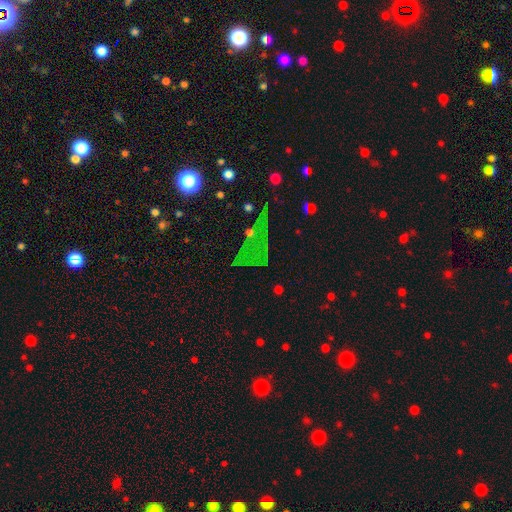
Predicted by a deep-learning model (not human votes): The model was most divided on "smooth or featured": star or artifact: 55%, smooth: 25%, featured or disk: 20%.